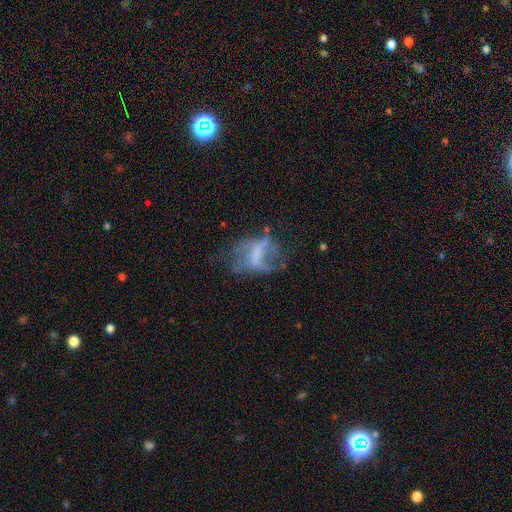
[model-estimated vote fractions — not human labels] smooth-or-featured: featured or disk: 65% | smooth: 24% | star or artifact: 11%
  disk-edge-on: no: 95% | yes: 5%
    bar: weak: 40% | strong: 33% | no: 27%
    has-spiral-arms: yes: 58% | no: 42%
    bulge-size: none: 48% | small: 24% | moderate: 20% | large: 5% | dominant: 1%
  merging: none: 40% | major disturbance: 32% | minor disturbance: 23% | merger: 5%